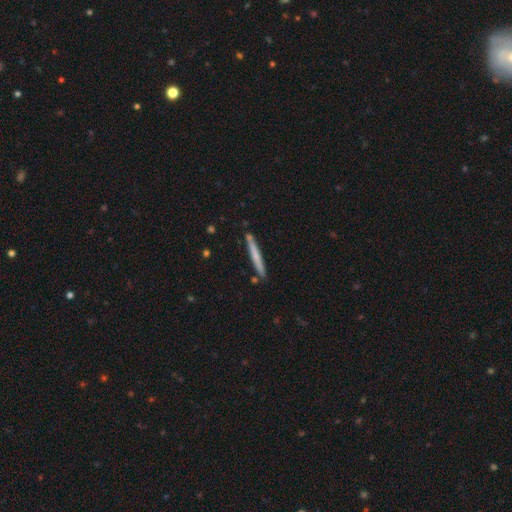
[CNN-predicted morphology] type=smooth (62%); roundness=cigar-shaped (97%); merging=none (85%).